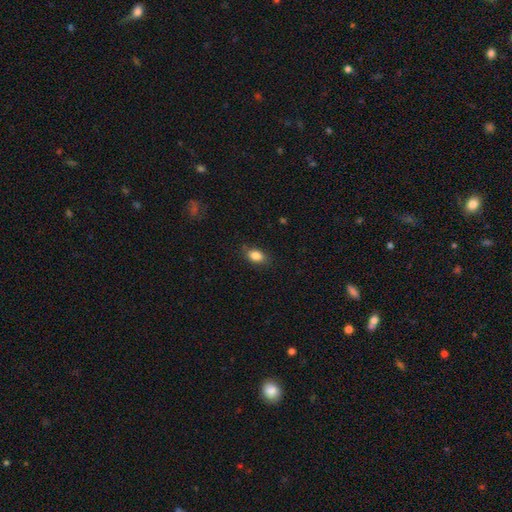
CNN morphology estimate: smooth_or_featured: smooth (p=0.86) [alt: star or artifact p=0.09]
how_rounded: in between (p=0.80) [alt: round p=0.18]
merging: none (p=0.80) [alt: minor disturbance p=0.15]